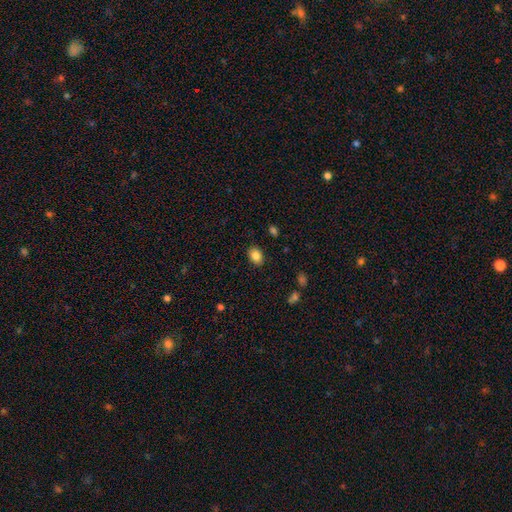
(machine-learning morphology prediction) type=smooth (85%); roundness=in between (71%); merging=none (88%).